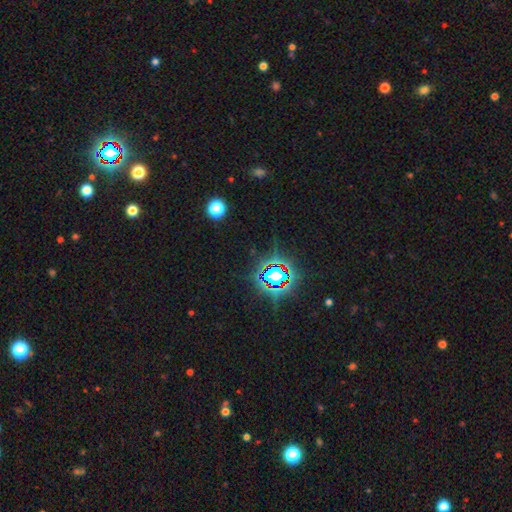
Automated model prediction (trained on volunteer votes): Q: Smooth or featured?
A: star or artifact (79%); runner-up: smooth (13%)